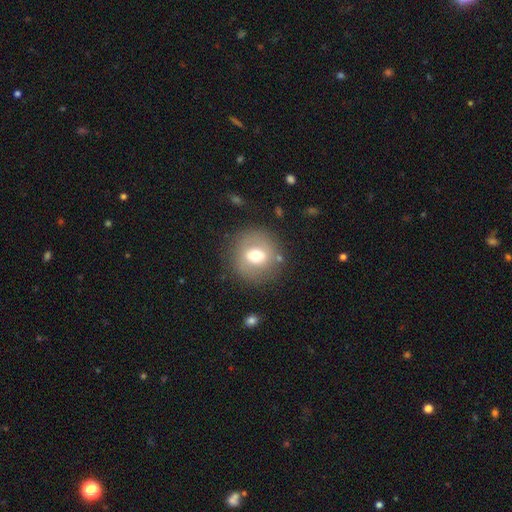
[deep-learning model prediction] Q: Smooth or featured?
A: smooth (61%); runner-up: featured or disk (29%)
Q: How rounded?
A: round (89%); runner-up: in between (10%)
Q: Merging?
A: none (81%); runner-up: minor disturbance (11%)